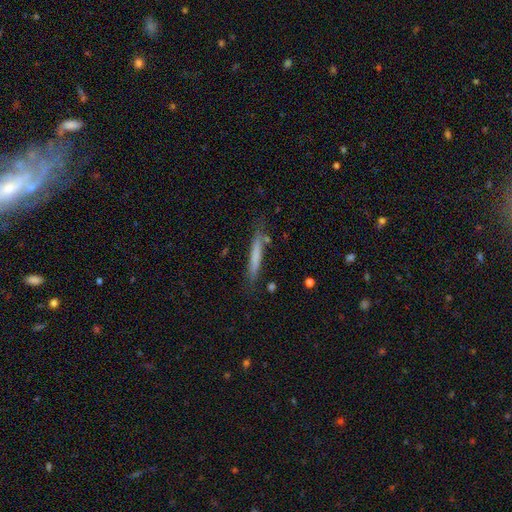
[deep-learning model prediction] Smooth or featured?
  - smooth: 65% *
  - featured or disk: 28%
  - star or artifact: 6%
How rounded?
  - cigar-shaped: 95% *
  - in between: 3%
  - round: 1%
Merging?
  - none: 78% *
  - minor disturbance: 16%
  - major disturbance: 4%
  - merger: 3%